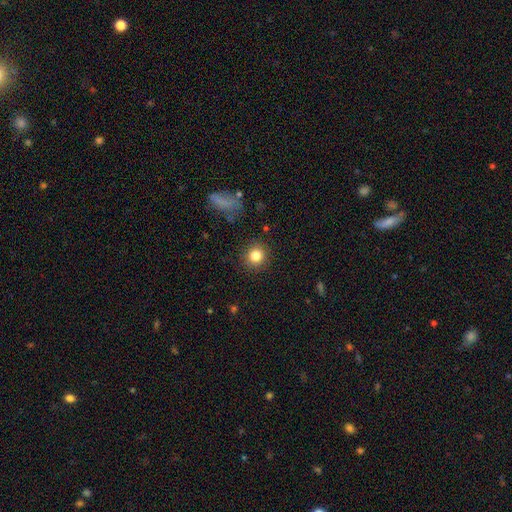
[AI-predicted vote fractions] Smooth or featured? smooth (82%)
How rounded? round (90%)
Merging? none (89%)